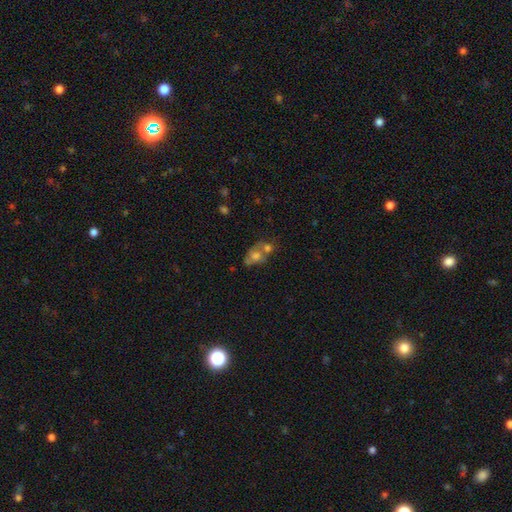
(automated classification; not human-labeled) smooth 51%, featured or disk 37%, star or artifact 12%. Down the decision tree: how rounded — in between (70%); merging — merger (49%).